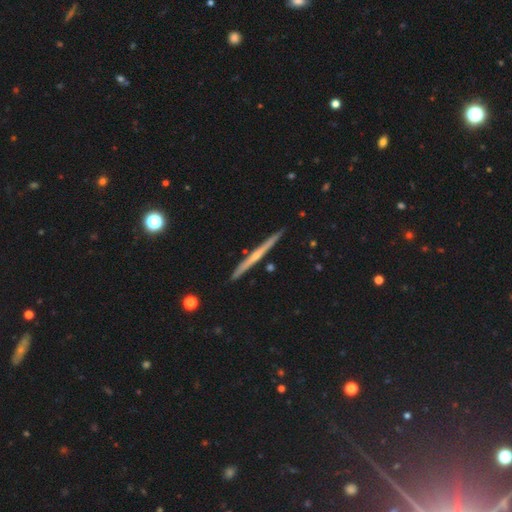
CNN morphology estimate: smooth_or_featured: featured or disk (p=0.69) [alt: smooth p=0.26]
disk_edge_on: yes (p=0.98) [alt: no p=0.02]
edge_on_bulge: none (p=0.55) [alt: rounded p=0.41]
merging: none (p=0.91) [alt: minor disturbance p=0.06]